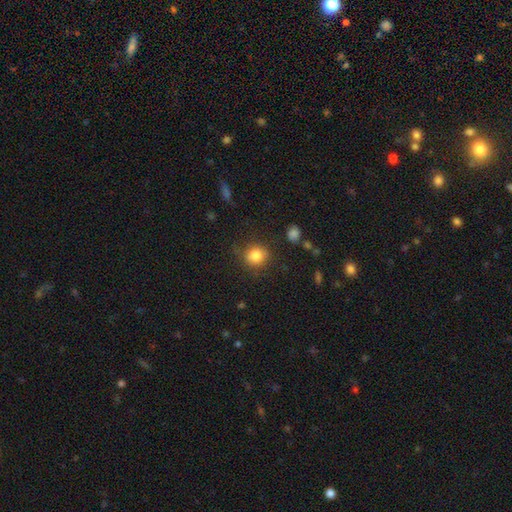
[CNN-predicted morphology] A smooth galaxy with no disk features (82%) that is round (84%). Merging: none (79%).